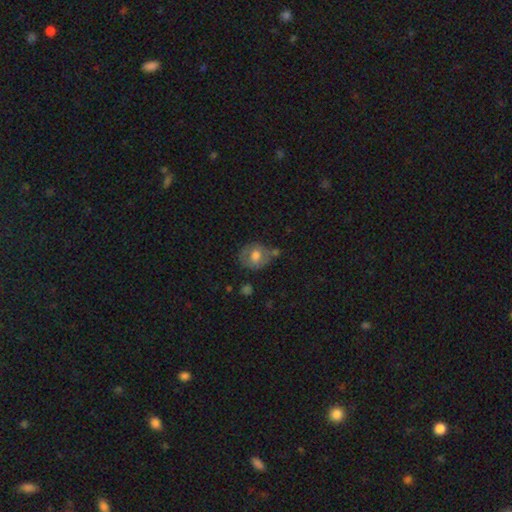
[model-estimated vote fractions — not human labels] This is likely a smooth galaxy (63%). How rounded: likely round (62%). Merging: possibly none (53%).